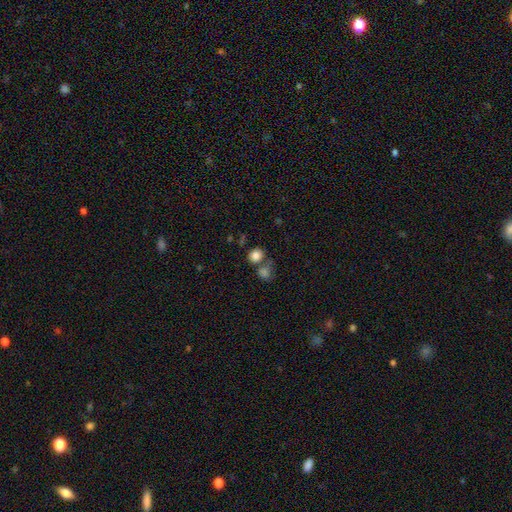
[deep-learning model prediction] Q: Smooth or featured?
A: smooth (83%); runner-up: star or artifact (11%)
Q: How rounded?
A: round (73%); runner-up: in between (26%)
Q: Merging?
A: none (55%); runner-up: merger (29%)